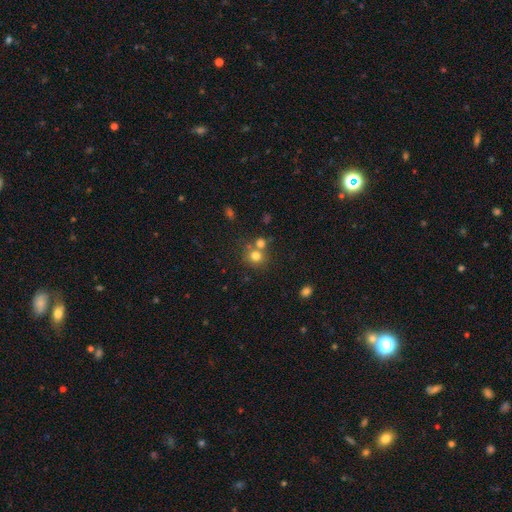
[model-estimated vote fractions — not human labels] smooth_or_featured: smooth (p=0.76) [alt: star or artifact p=0.14]
how_rounded: round (p=0.83) [alt: in between p=0.16]
merging: none (p=0.55) [alt: merger p=0.32]